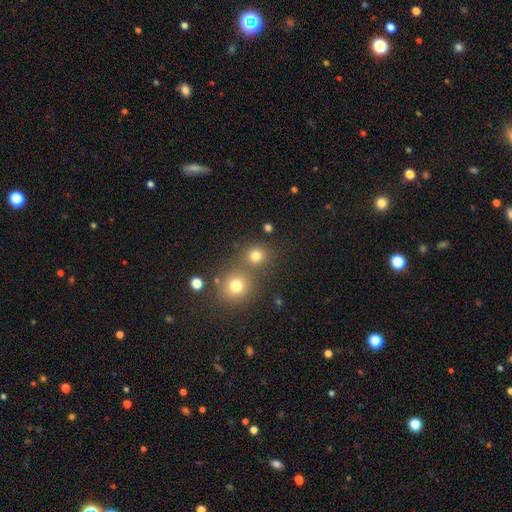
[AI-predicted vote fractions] The model was most divided on "merging": none: 66%, merger: 25%, minor disturbance: 7%, major disturbance: 3%. More confident: how rounded — round (87%); smooth or featured — smooth (77%).